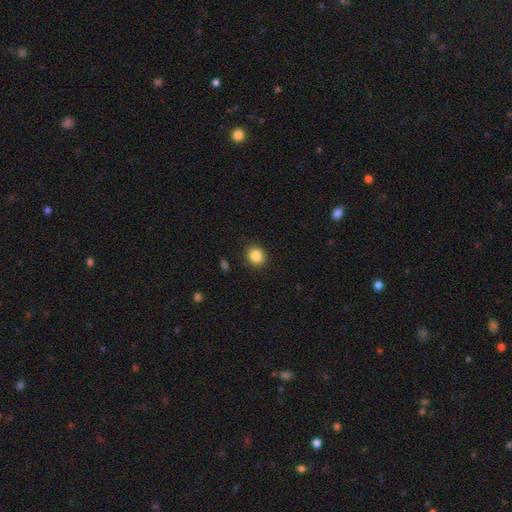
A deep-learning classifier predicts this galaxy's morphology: This is clearly a smooth galaxy (85%). How rounded: likely round (61%). Merging: clearly none (89%).